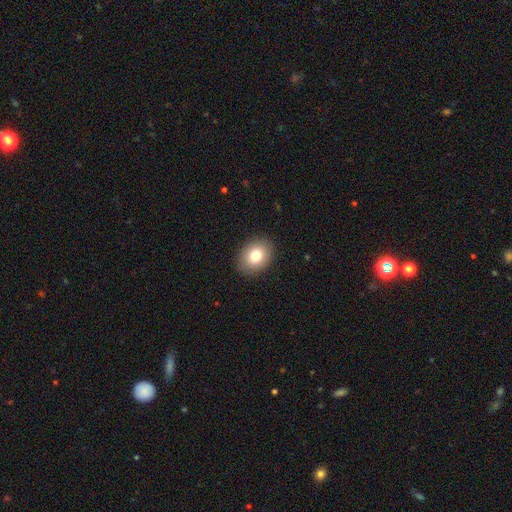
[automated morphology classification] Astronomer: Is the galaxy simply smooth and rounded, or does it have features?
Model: smooth — 80%.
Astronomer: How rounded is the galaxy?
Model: in between — 63%.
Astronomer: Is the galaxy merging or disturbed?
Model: none — 89%.